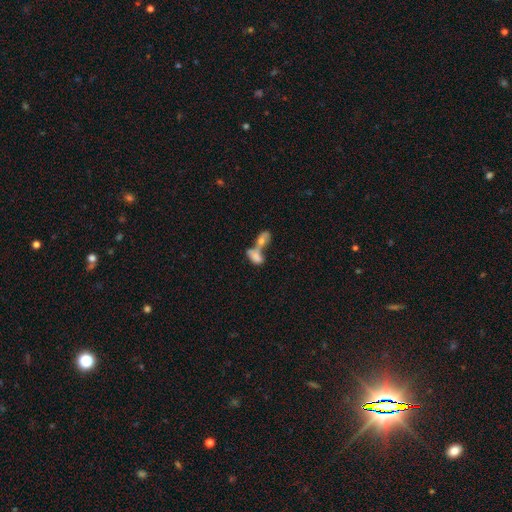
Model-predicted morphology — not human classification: type=smooth (68%); roundness=in between (83%); merging=merger (74%).